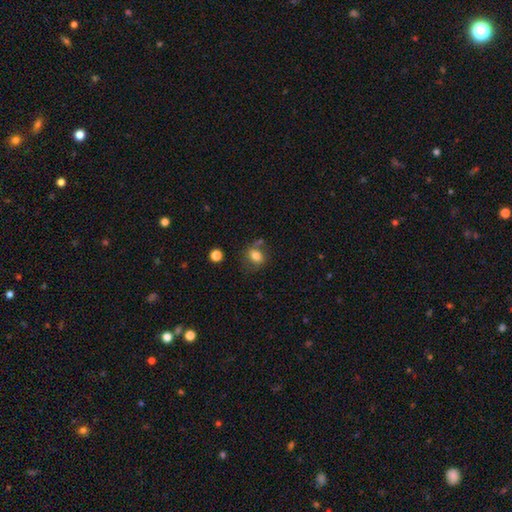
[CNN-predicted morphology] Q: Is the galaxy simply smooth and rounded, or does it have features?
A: smooth — 78%.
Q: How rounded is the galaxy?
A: in between — 55%.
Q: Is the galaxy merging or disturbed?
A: none — 59%.